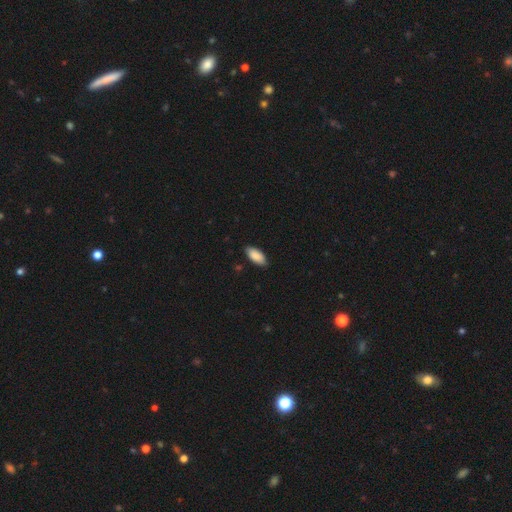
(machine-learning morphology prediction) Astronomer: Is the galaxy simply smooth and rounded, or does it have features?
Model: smooth — 89%.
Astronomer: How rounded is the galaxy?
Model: in between — 91%.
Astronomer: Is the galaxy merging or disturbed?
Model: none — 85%.